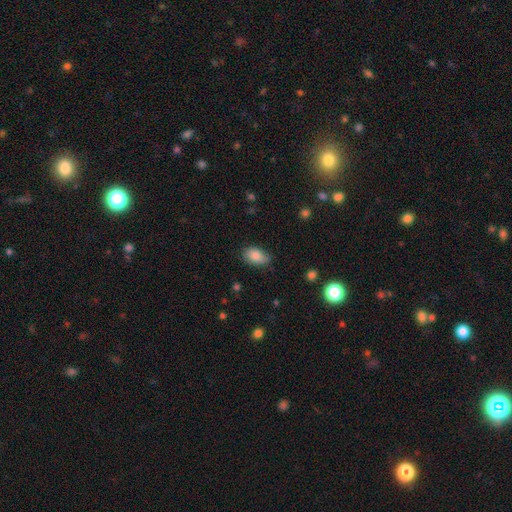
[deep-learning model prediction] smooth_or_featured: smooth (p=0.84) [alt: featured or disk p=0.08]
how_rounded: in between (p=0.90) [alt: round p=0.08]
merging: none (p=0.70) [alt: minor disturbance p=0.24]